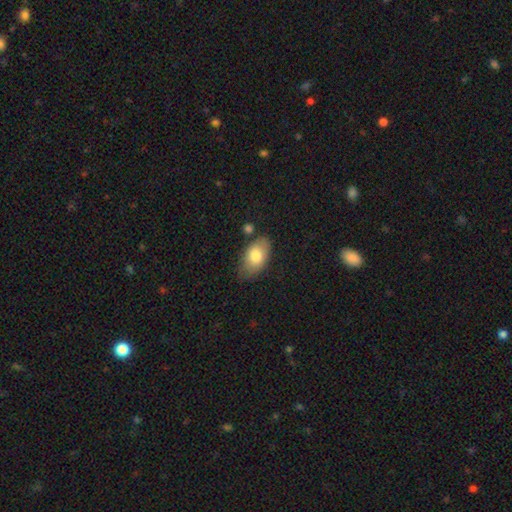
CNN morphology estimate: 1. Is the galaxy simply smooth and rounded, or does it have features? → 79% smooth, 14% featured or disk, 6% star or artifact.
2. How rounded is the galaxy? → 93% in between, 5% round, 2% cigar-shaped.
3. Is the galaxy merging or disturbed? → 69% none, 21% minor disturbance, 5% merger, 5% major disturbance.